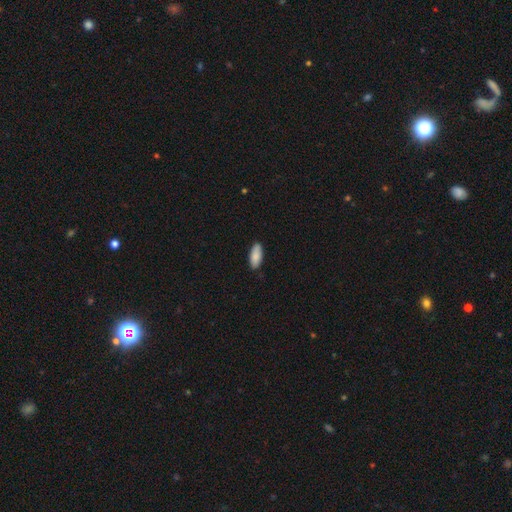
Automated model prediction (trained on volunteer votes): smooth-or-featured: smooth: 89% | star or artifact: 6% | featured or disk: 5%
  how-rounded: in between: 81% | cigar-shaped: 17% | round: 2%
  merging: none: 88% | minor disturbance: 10% | major disturbance: 2% | merger: 1%